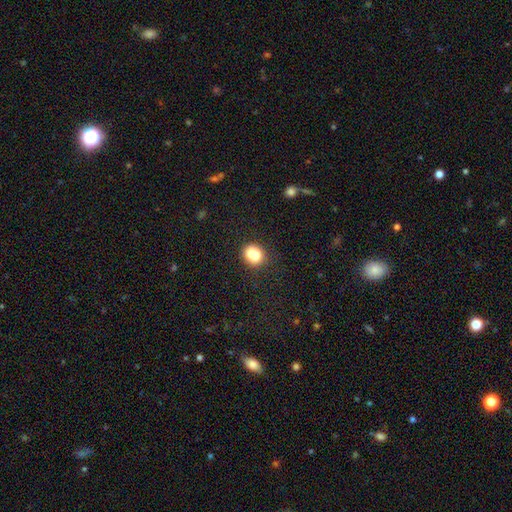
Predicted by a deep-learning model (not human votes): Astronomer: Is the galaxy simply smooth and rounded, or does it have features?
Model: smooth — 78%.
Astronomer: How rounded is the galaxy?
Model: round — 68%.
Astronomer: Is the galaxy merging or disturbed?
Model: none — 52% (runner-up: merger, 27%).